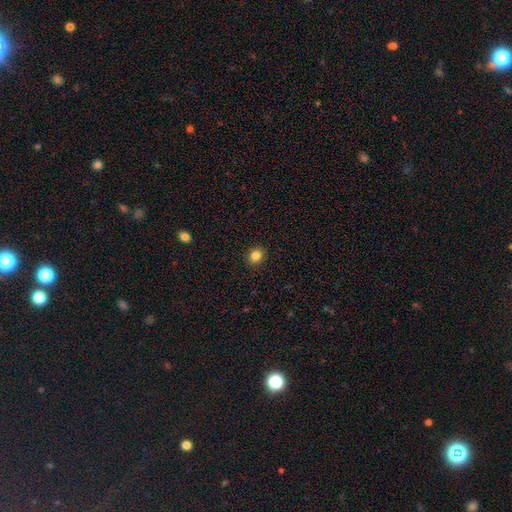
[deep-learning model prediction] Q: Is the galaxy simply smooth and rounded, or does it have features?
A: smooth — 84%.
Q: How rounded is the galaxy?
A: round — 78%.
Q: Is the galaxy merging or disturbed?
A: none — 91%.